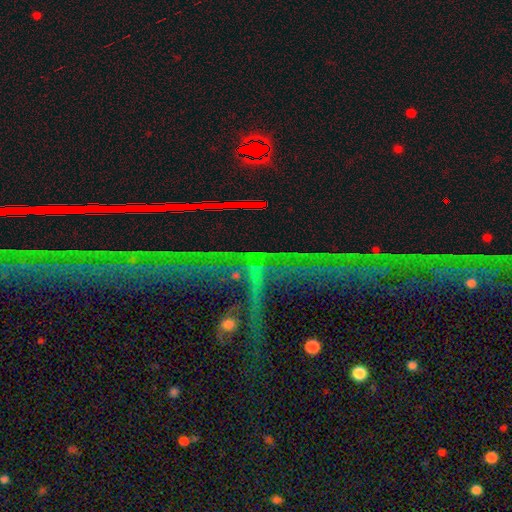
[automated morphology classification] This appears to be a star or artifact, not a galaxy (78%).